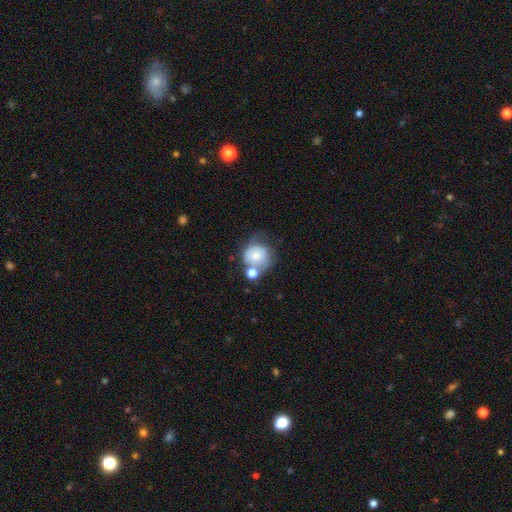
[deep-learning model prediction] Overall: smooth (69%). How rounded: round (83%). Merging: none (38%; merger 29%).